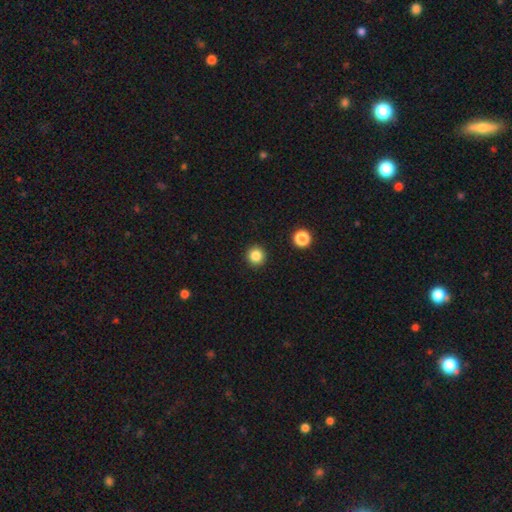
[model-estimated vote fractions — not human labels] smooth_or_featured: smooth (p=0.85) [alt: star or artifact p=0.11]
how_rounded: round (p=0.95) [alt: in between p=0.04]
merging: none (p=0.93) [alt: minor disturbance p=0.04]